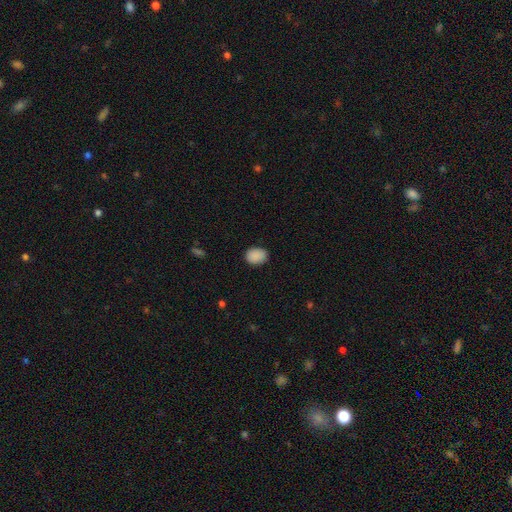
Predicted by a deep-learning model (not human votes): smooth-or-featured: smooth: 89% | star or artifact: 8% | featured or disk: 3%
  how-rounded: in between: 60% | round: 40% | cigar-shaped: 1%
  merging: none: 85% | minor disturbance: 11% | major disturbance: 2% | merger: 1%